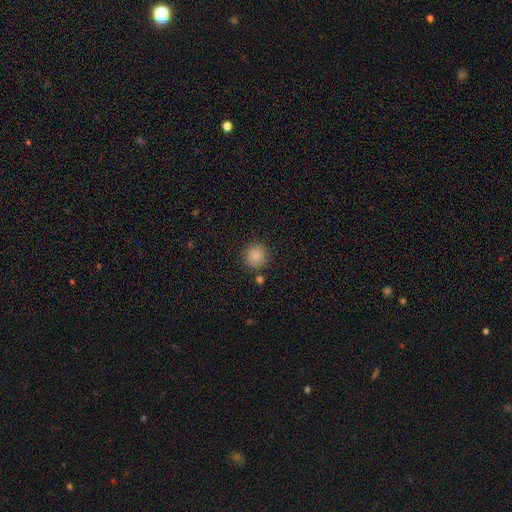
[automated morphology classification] smooth_or_featured: smooth (p=0.87) [alt: star or artifact p=0.10]
how_rounded: round (p=0.90) [alt: in between p=0.09]
merging: none (p=0.85) [alt: minor disturbance p=0.08]